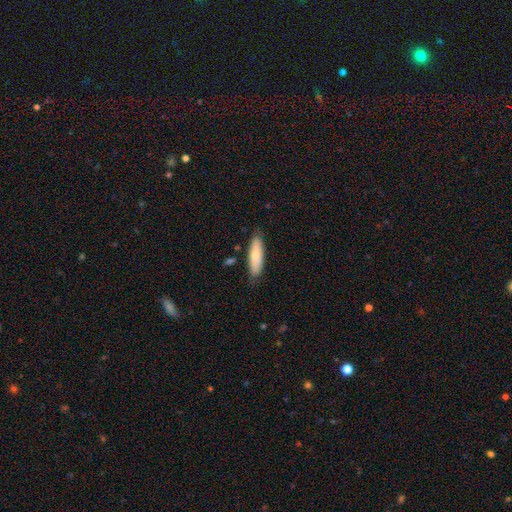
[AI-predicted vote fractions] Smooth or featured? Predicted: smooth (p=0.71). How rounded? Predicted: cigar-shaped (p=0.53). Merging? Predicted: none (p=0.83).